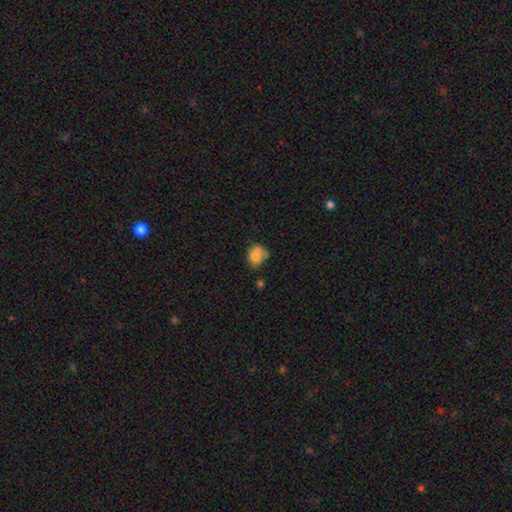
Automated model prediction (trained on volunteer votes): A smooth galaxy with no disk features (69%) that is in between round and cigar-shaped (58%).

Vote fractions:
- Smooth or featured? smooth: 69% / featured or disk: 20% / star or artifact: 11%
- How rounded? in between: 58% / round: 41% / cigar-shaped: 1%
- Merging? merger: 42% / none: 31% / minor disturbance: 18% / major disturbance: 9%